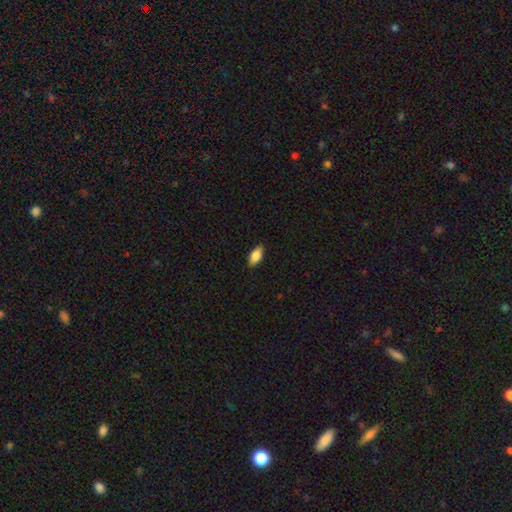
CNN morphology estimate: A smooth galaxy with no disk features (84%) that is in between round and cigar-shaped (88%). Merging: none (87%).